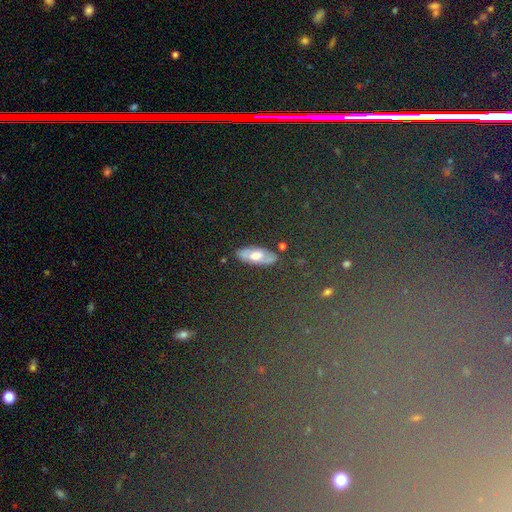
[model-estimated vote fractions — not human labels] smooth-or-featured: smooth: 50% | featured or disk: 38% | star or artifact: 12%
  how-rounded: in between: 79% | cigar-shaped: 16% | round: 5%
  merging: none: 85% | minor disturbance: 11% | major disturbance: 3% | merger: 2%